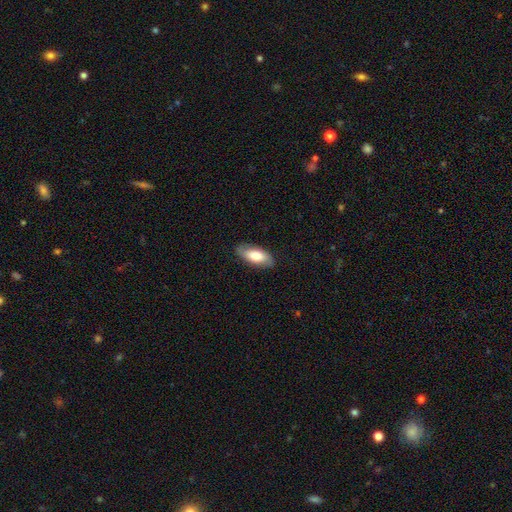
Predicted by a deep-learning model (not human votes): Q: Smooth or featured?
A: smooth (68%); runner-up: featured or disk (26%)
Q: How rounded?
A: in between (85%); runner-up: cigar-shaped (13%)
Q: Merging?
A: none (84%); runner-up: minor disturbance (12%)